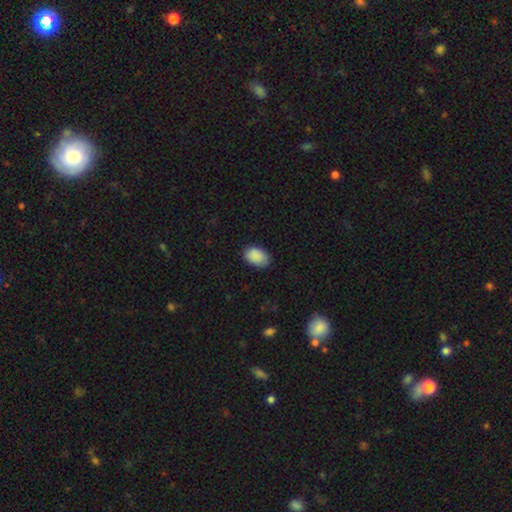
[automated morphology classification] smooth-or-featured: smooth: 90% | star or artifact: 7% | featured or disk: 3%
  how-rounded: in between: 89% | round: 10% | cigar-shaped: 1%
  merging: none: 83% | minor disturbance: 14% | major disturbance: 2% | merger: 1%